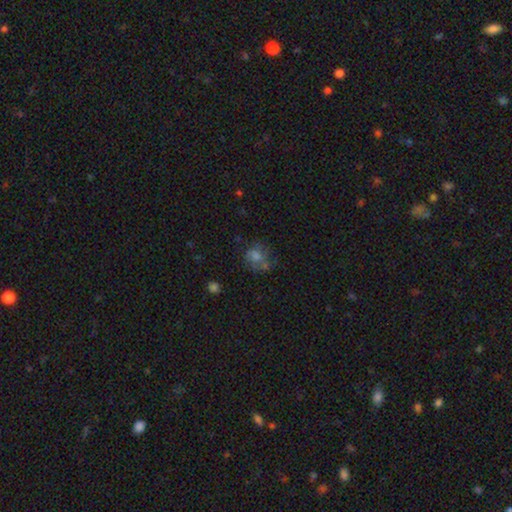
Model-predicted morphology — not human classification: smooth_or_featured: smooth (p=0.53) [alt: featured or disk p=0.29]
how_rounded: round (p=0.66) [alt: in between p=0.33]
merging: none (p=0.50) [alt: minor disturbance p=0.23]